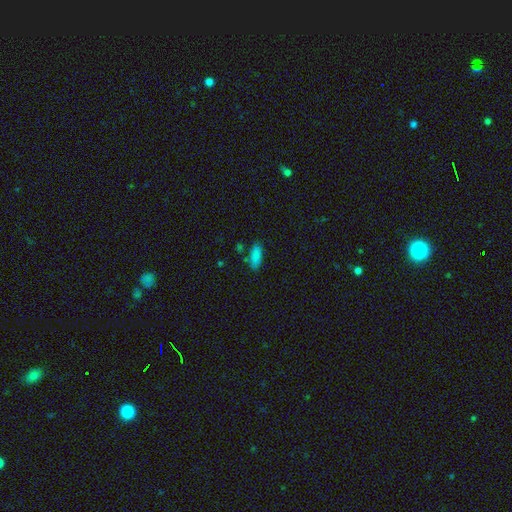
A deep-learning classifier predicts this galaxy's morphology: Overall: smooth (85%). How rounded: in between (71%). Merging: none (78%).